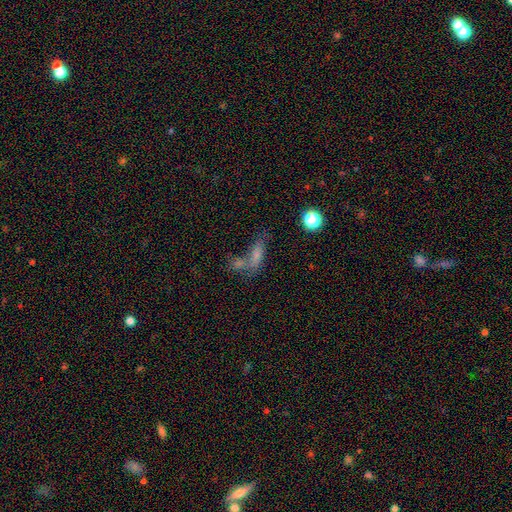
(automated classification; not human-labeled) Smooth or featured? Predicted: smooth (p=0.61). How rounded? Predicted: in between (p=0.55). Merging? Predicted: merger (p=0.45).